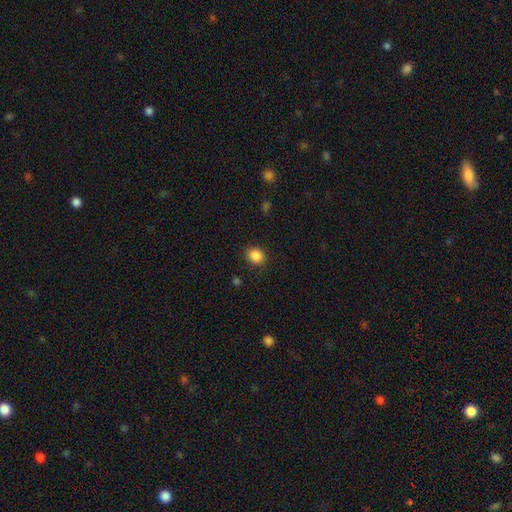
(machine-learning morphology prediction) Overall: smooth (87%). How rounded: round (57%; in between 42%). Merging: none (88%).